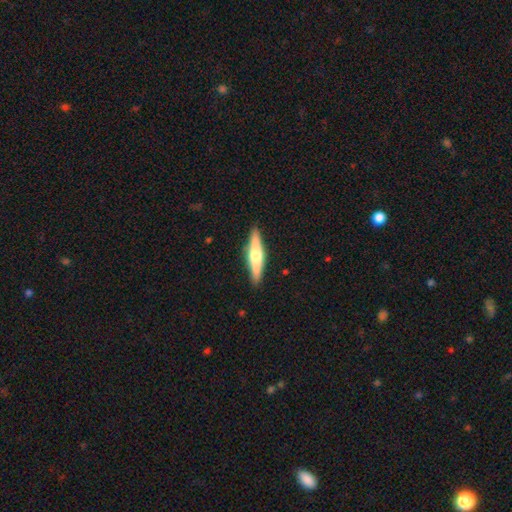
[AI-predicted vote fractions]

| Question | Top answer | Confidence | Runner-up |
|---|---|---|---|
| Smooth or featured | featured or disk | 55% | smooth (40%) |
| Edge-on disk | yes | 94% | no (6%) |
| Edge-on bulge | rounded | 91% | boxy (6%) |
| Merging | none | 88% | minor disturbance (9%) |